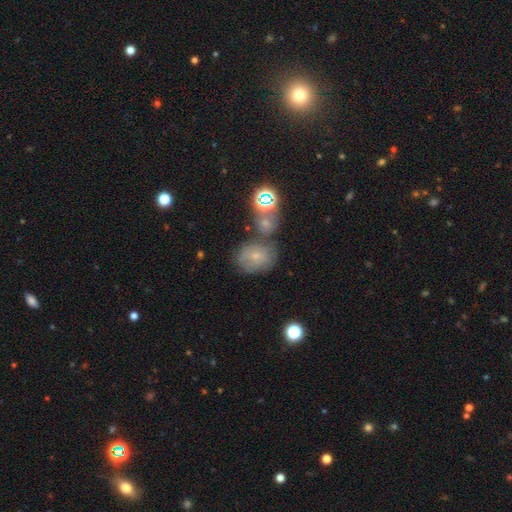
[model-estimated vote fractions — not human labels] smooth 51%, featured or disk 30%, star or artifact 19%. Down the decision tree: how rounded — in between (51%); merging — none (49%).